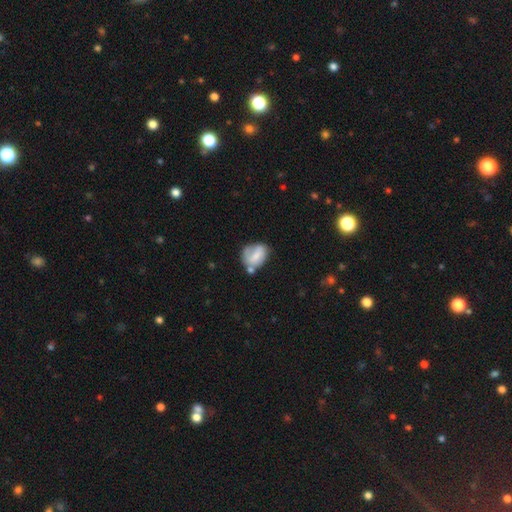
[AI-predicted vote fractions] Smooth or featured? smooth (59%)
How rounded? in between (55%)
Merging? none (39%)